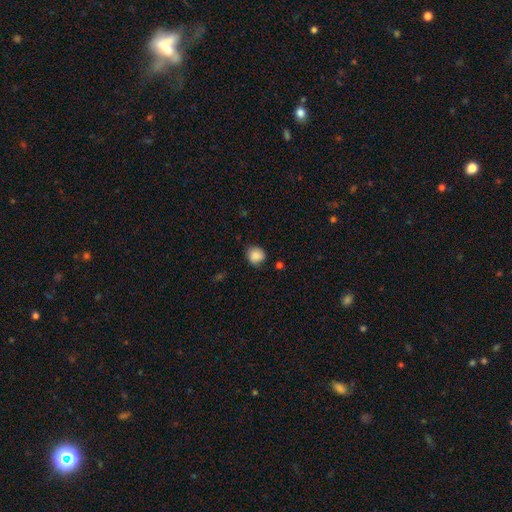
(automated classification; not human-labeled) Smooth or featured? Predicted: smooth (p=0.86). How rounded? Predicted: round (p=0.81). Merging? Predicted: none (p=0.76).